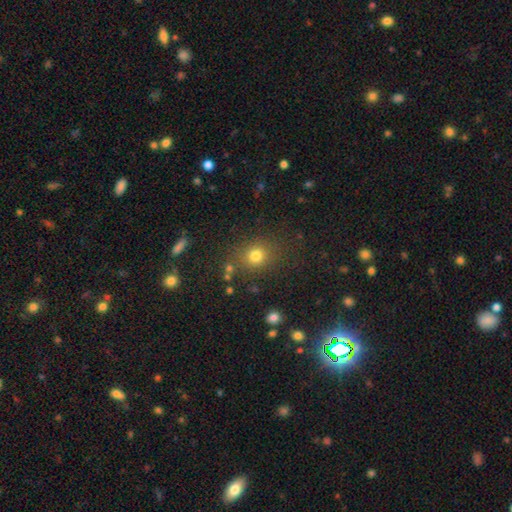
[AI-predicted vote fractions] Morphology: type=smooth (77%); roundness=round (75%); merging=none (80%).